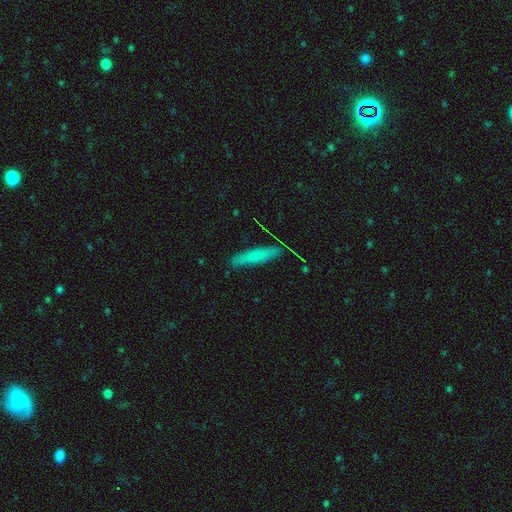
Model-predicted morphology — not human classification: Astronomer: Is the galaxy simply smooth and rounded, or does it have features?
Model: smooth — 67%.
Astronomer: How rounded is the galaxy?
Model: cigar-shaped — 87%.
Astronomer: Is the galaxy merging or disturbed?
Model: none — 80%.